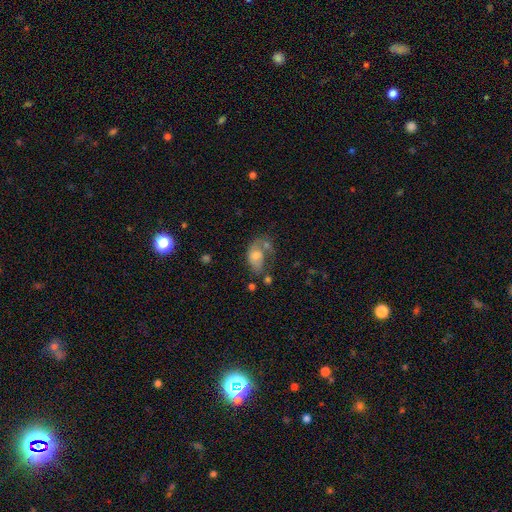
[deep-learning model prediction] This is possibly a smooth galaxy (49%). Merging: marginally major disturbance (31%).